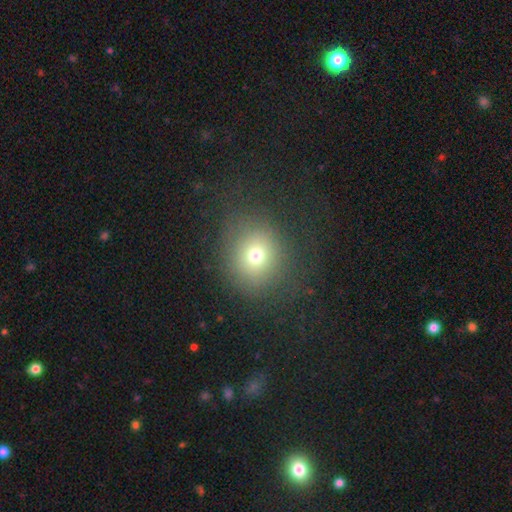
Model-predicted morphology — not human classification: Smooth or featured?
  - smooth: 71% *
  - star or artifact: 17%
  - featured or disk: 12%
How rounded?
  - round: 80% *
  - in between: 19%
  - cigar-shaped: 1%
Merging?
  - none: 77% *
  - minor disturbance: 12%
  - major disturbance: 10%
  - merger: 1%